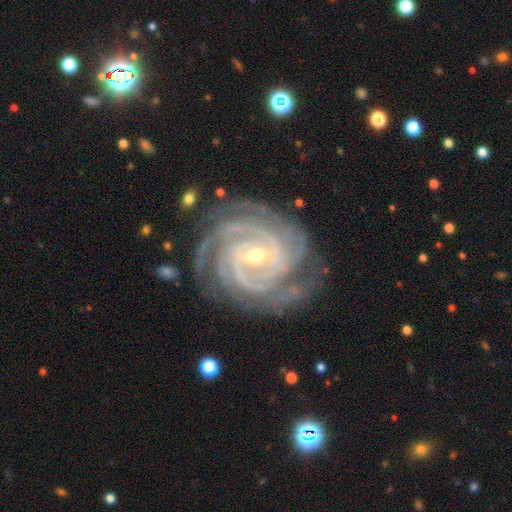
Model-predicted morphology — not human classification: This is clearly a featured or disk galaxy (94%). It is clearly not viewed edge-on (98%). Bar: marginally weak (42%). Spiral arm pattern: clearly yes (99%). Spiral arm count: marginally 4 (30%). Spiral winding: clearly tight (82%). Central bulge: possibly small (54%). Merging: likely none (78%).